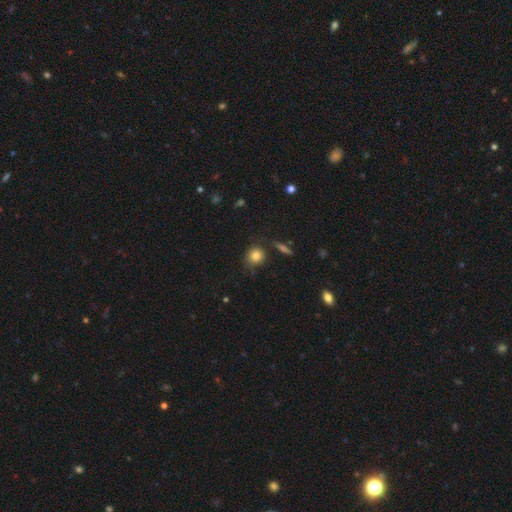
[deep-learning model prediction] smooth 81%, star or artifact 10%, featured or disk 8%. Down the decision tree: how rounded — round (85%); merging — none (76%).